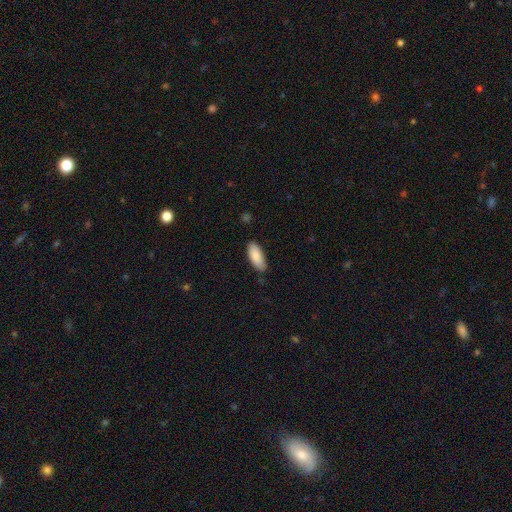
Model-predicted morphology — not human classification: Smooth or featured: smooth — 87% (featured or disk — 7%)
How rounded: in between — 83% (cigar-shaped — 15%)
Merging: none — 80% (minor disturbance — 16%)